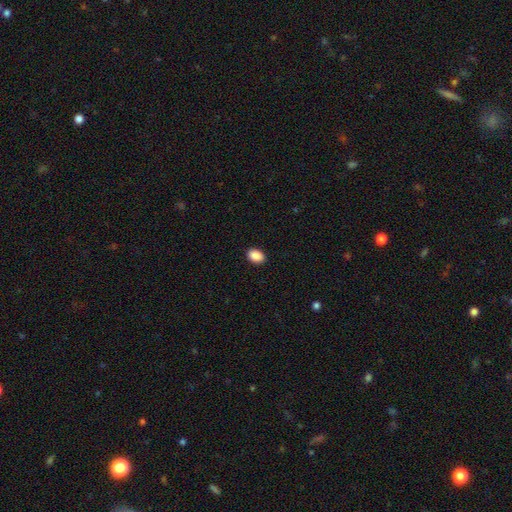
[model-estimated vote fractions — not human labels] Overall: smooth (90%). How rounded: in between (83%). Merging: none (90%).